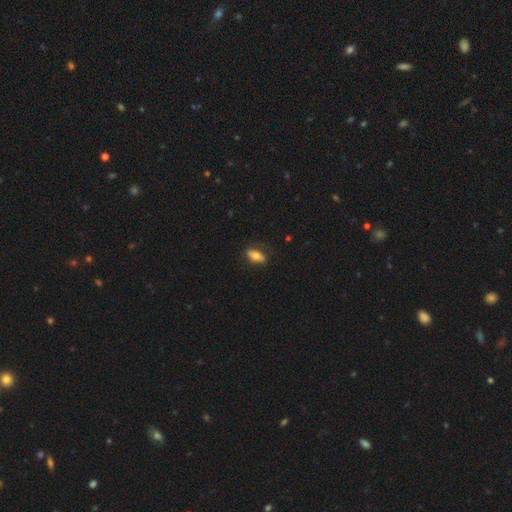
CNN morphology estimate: This appears to be a smooth galaxy with no disk features (72%) that is in between round and cigar-shaped (79%). Merging: none (76%).